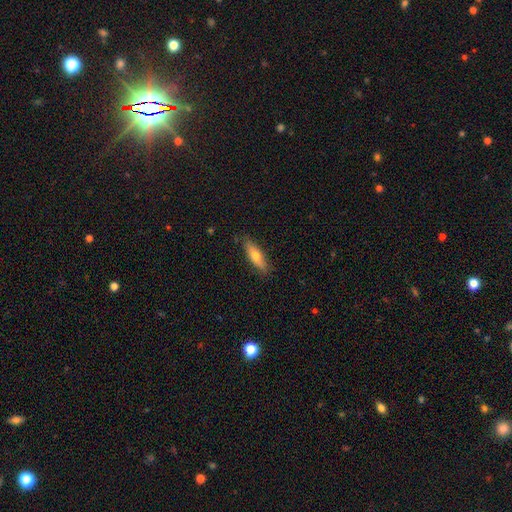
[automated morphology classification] Overall: smooth (65%; featured or disk 29%). How rounded: cigar-shaped (56%; in between 42%). Merging: none (85%).